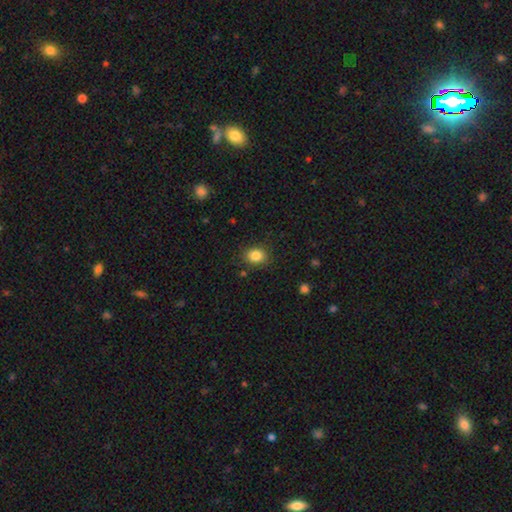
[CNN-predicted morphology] Q: Smooth or featured?
A: smooth (85%); runner-up: star or artifact (10%)
Q: How rounded?
A: round (57%); runner-up: in between (42%)
Q: Merging?
A: none (85%); runner-up: minor disturbance (11%)